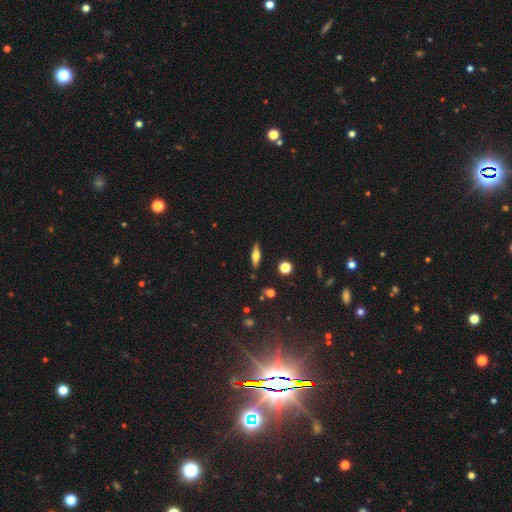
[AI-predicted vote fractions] Morphology: type=featured or disk (50%); edge-on=yes (92%); merging=none (88%).